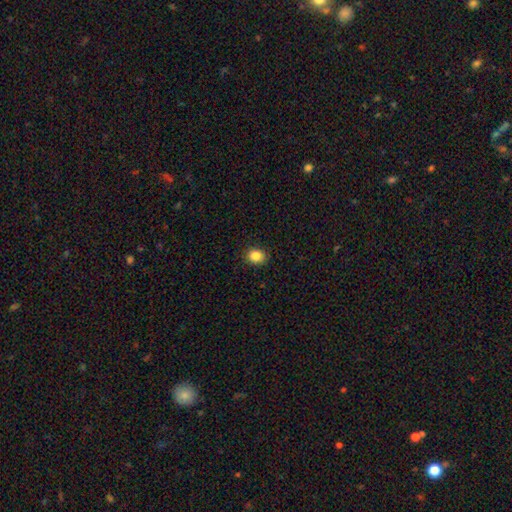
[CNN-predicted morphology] The model was most divided on "how rounded": round: 59%, in between: 40%, cigar-shaped: 1%. More confident: merging — none (90%); smooth or featured — smooth (86%).